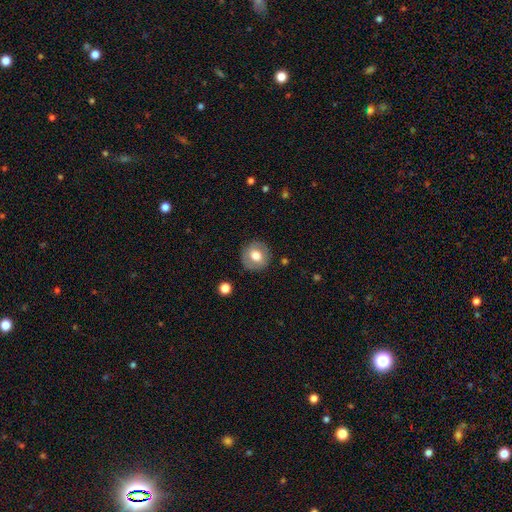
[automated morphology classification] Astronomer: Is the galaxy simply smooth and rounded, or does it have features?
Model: smooth — 70%.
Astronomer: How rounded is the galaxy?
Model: round — 90%.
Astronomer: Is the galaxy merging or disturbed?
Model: none — 88%.